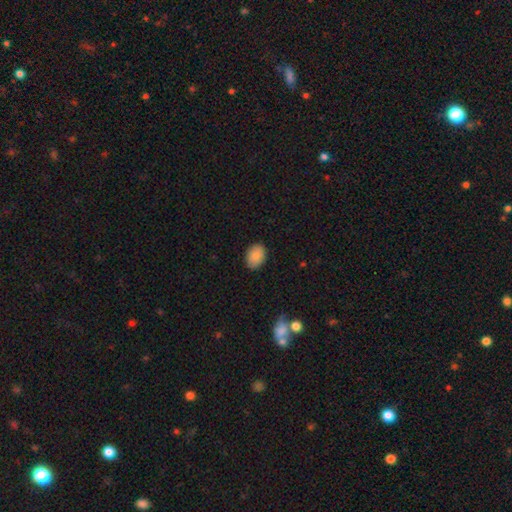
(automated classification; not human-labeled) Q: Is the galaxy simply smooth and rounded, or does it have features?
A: smooth — 88%.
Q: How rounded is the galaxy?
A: in between — 79%.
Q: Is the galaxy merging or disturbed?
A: none — 88%.